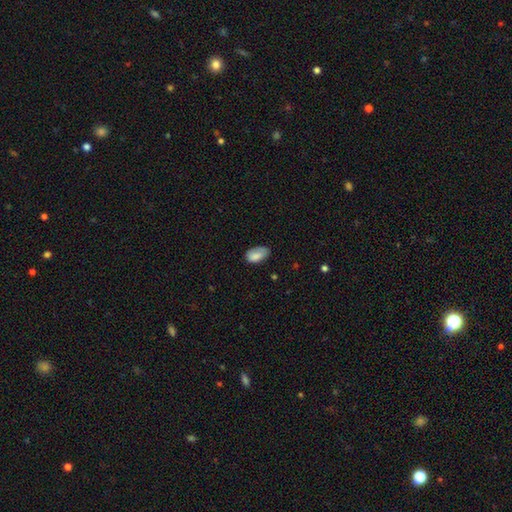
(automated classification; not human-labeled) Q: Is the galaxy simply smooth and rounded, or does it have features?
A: smooth — 79%.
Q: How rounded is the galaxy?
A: in between — 93%.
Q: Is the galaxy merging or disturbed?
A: none — 55%.